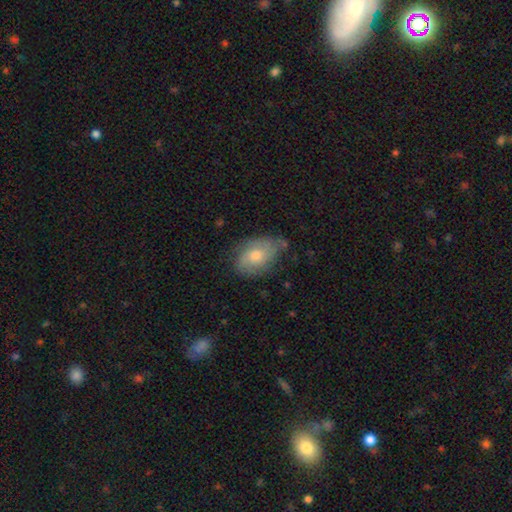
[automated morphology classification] Smooth or featured: smooth — 51% (featured or disk — 42%)
How rounded: in between — 84% (round — 14%)
Merging: none — 63% (minor disturbance — 28%)